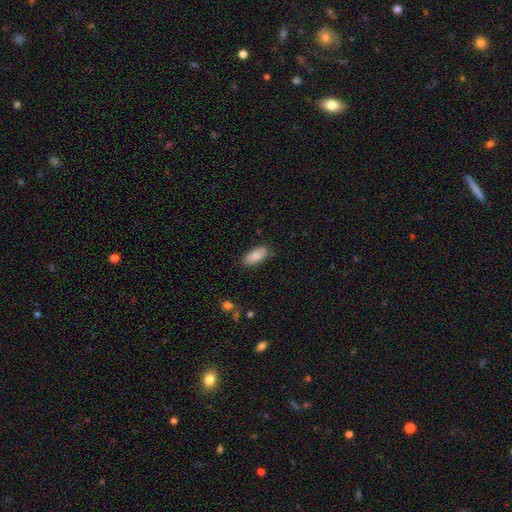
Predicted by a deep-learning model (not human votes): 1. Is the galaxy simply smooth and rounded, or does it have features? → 87% smooth, 7% featured or disk, 6% star or artifact.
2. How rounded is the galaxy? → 88% in between, 10% cigar-shaped, 2% round.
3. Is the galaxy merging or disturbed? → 85% none, 11% minor disturbance, 2% major disturbance, 1% merger.